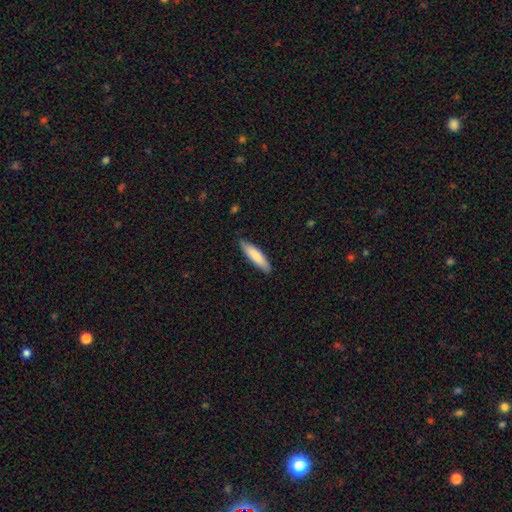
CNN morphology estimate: smooth 81%, featured or disk 14%, star or artifact 5%. Down the decision tree: how rounded — cigar-shaped (71%); merging — none (84%).